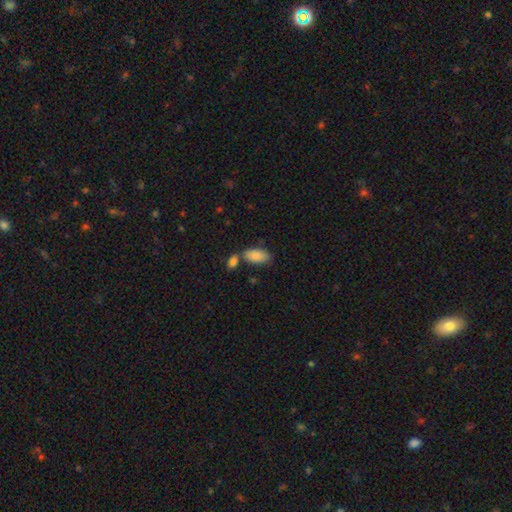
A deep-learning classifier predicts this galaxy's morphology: Smooth or featured? smooth (88%)
How rounded? in between (93%)
Merging? none (60%)